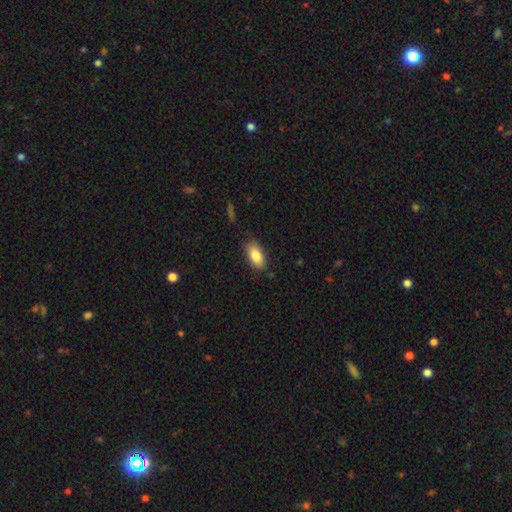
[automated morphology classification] Smooth or featured?
  - smooth: 86% *
  - featured or disk: 7%
  - star or artifact: 7%
How rounded?
  - in between: 91% *
  - cigar-shaped: 6%
  - round: 3%
Merging?
  - none: 84% *
  - minor disturbance: 12%
  - major disturbance: 3%
  - merger: 1%